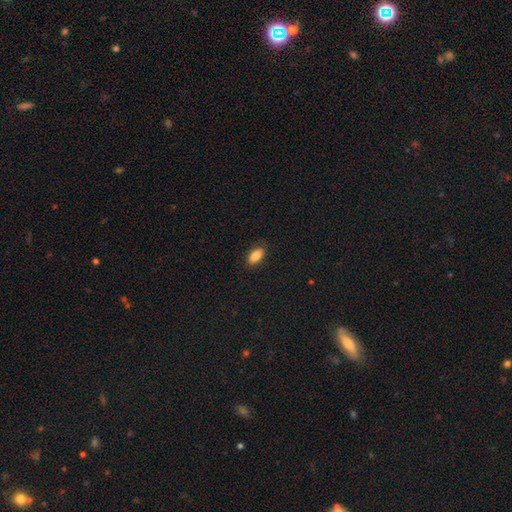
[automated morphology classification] A smooth galaxy with no disk features (85%) that is in between round and cigar-shaped (91%). Merging: none (87%).